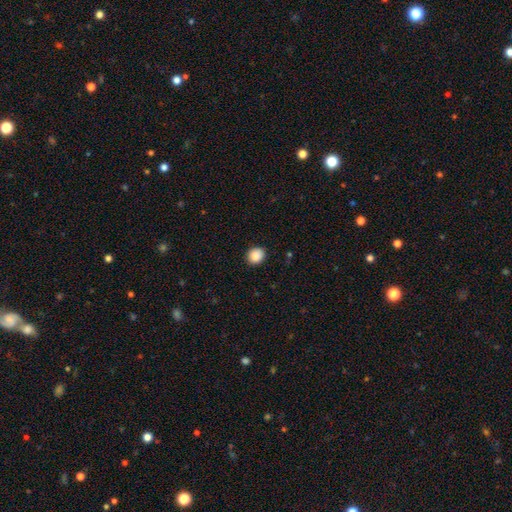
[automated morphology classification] Overall: smooth (88%). How rounded: round (78%). Merging: none (90%).